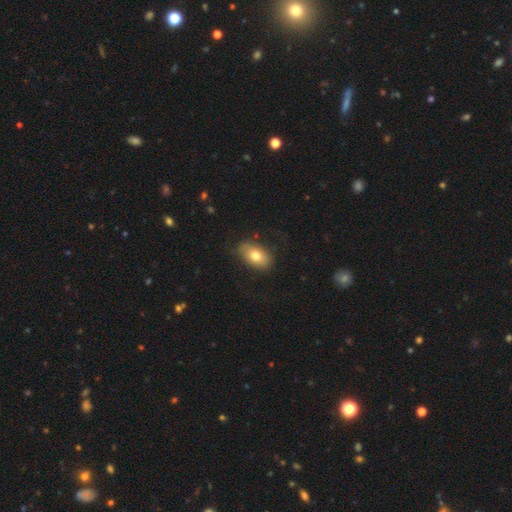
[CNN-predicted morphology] This appears to be a smooth galaxy with no disk features (76%) that is in between round and cigar-shaped (89%). Merging: none (79%).